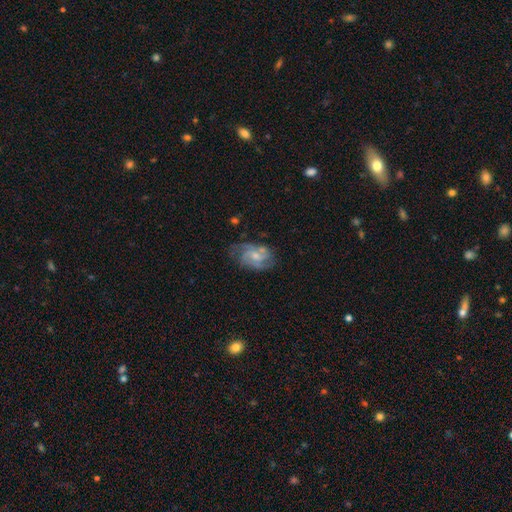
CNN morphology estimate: Overall: featured or disk (76%). Edge-on disk: no (97%). Bar: no (56%; weak 38%). Spiral arms: yes (91%). Spiral arm count: 2 (37%; 3 29%). Spiral winding: medium (48%; tight 34%). Bulge size: moderate (46%; small 44%). Merging: none (60%; minor disturbance 24%).